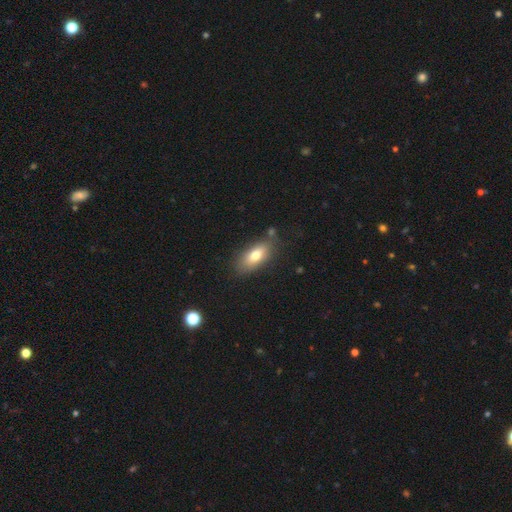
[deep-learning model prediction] Smooth or featured? smooth (74%)
How rounded? in between (84%)
Merging? none (77%)